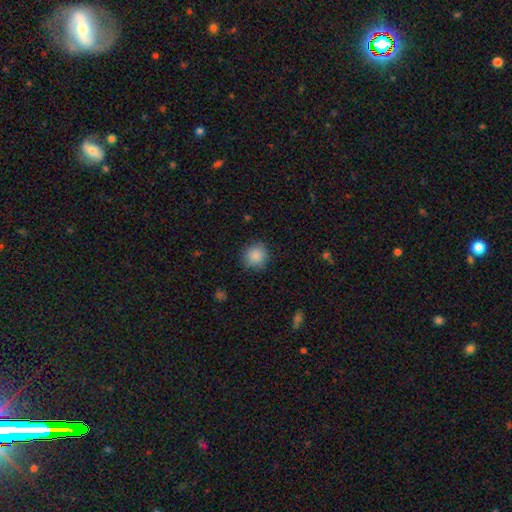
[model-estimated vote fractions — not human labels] Q: Smooth or featured?
A: smooth (88%); runner-up: star or artifact (8%)
Q: How rounded?
A: round (92%); runner-up: in between (7%)
Q: Merging?
A: none (87%); runner-up: minor disturbance (10%)